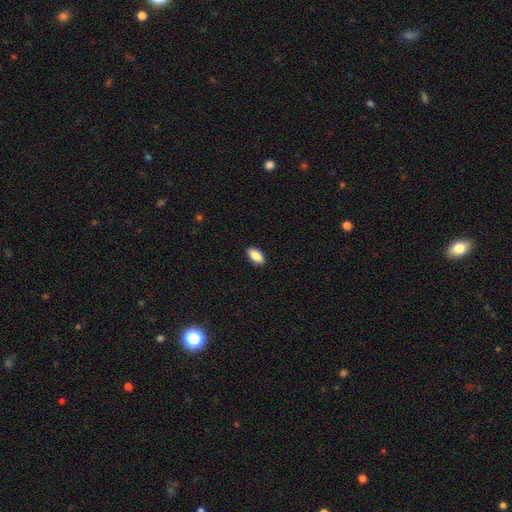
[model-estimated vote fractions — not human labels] Smooth or featured: smooth — 86% (featured or disk — 8%)
How rounded: in between — 89% (cigar-shaped — 9%)
Merging: none — 90% (minor disturbance — 7%)